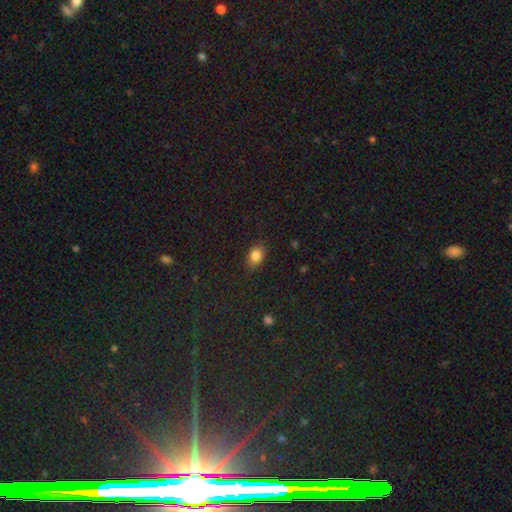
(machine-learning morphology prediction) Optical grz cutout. It shows a smooth galaxy with no disk features (84%) that is in between round and cigar-shaped (69%). Merging: none (84%).